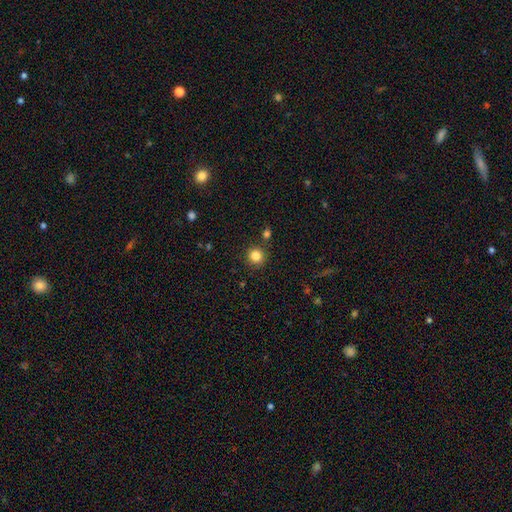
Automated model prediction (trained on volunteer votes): smooth 84%, star or artifact 11%, featured or disk 5%. Down the decision tree: how rounded — round (93%); merging — none (85%).